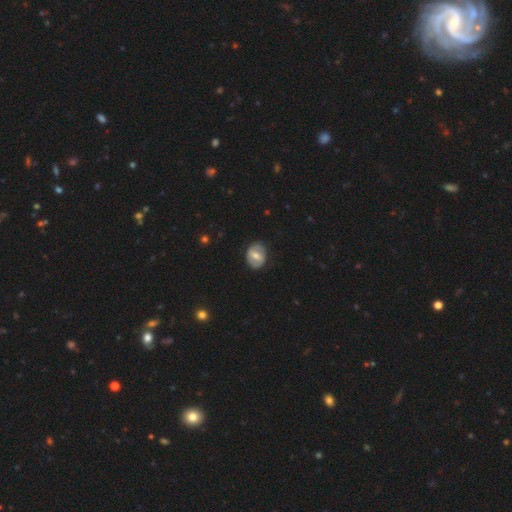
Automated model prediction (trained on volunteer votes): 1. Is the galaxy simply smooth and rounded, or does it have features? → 48% smooth, 45% featured or disk, 7% star or artifact.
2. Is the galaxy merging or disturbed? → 83% none, 13% minor disturbance, 3% major disturbance, 1% merger.